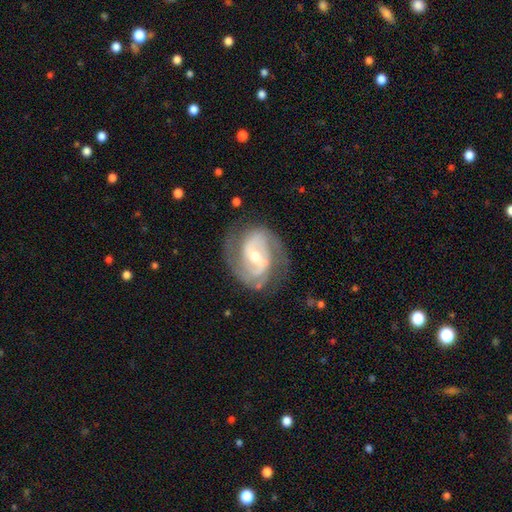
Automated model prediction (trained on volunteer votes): The model was most divided on "bulge size": moderate: 53%, small: 42%, large: 3%, none: 1%, dominant: 1%. Remaining: edge-on disk — no (97%); spiral arms — yes (95%); smooth or featured — featured or disk (87%); spiral arm count — 2 (79%); merging — none (71%); spiral winding — medium (48%); bar — weak (46%).